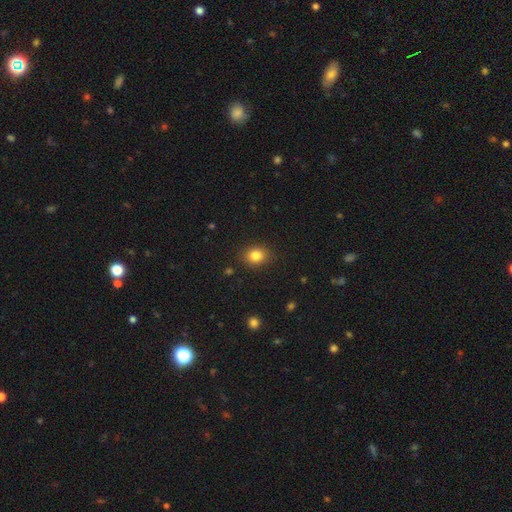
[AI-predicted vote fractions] smooth-or-featured: smooth: 84% | star or artifact: 11% | featured or disk: 6%
  how-rounded: round: 62% | in between: 37% | cigar-shaped: 1%
  merging: none: 88% | minor disturbance: 8% | major disturbance: 3% | merger: 1%